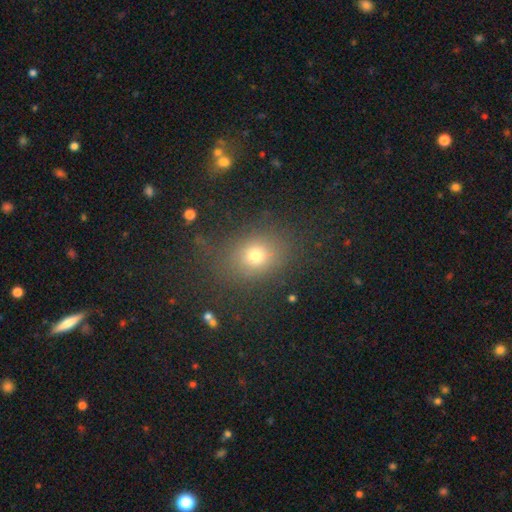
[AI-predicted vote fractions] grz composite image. It shows a smooth galaxy with no disk features (72%) that is round (54%). Merging: none (80%).